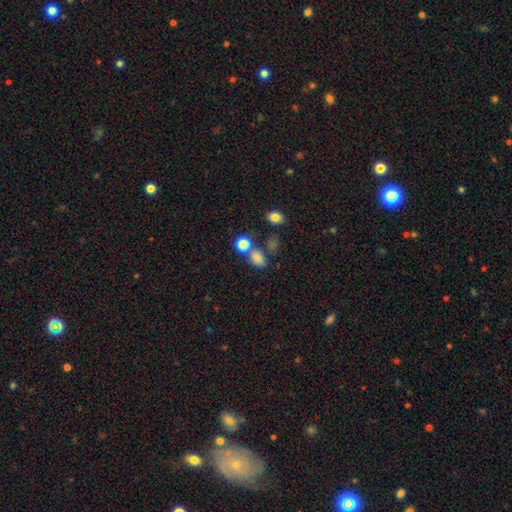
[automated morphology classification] This appears to be a smooth galaxy with no disk features (78%) that is in between round and cigar-shaped (67%). Merging: none (51%).